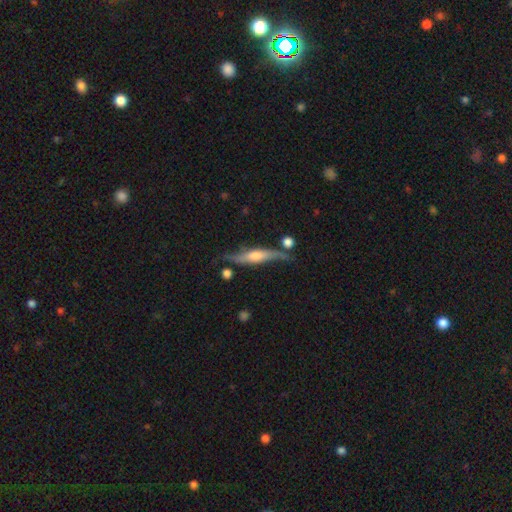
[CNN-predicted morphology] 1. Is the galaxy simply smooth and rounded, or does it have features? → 70% featured or disk, 23% smooth, 6% star or artifact.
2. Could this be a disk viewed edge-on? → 77% yes, 23% no.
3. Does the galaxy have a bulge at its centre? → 74% rounded, 14% boxy, 12% none.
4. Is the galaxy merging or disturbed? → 63% none, 23% minor disturbance, 7% major disturbance, 7% merger.